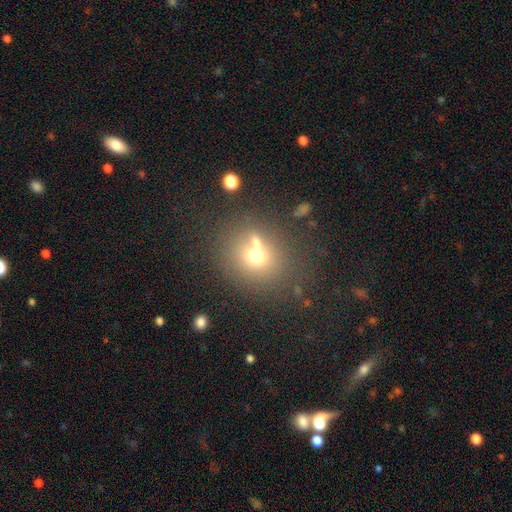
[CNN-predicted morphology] smooth 65%, featured or disk 18%, star or artifact 17%. Down the decision tree: how rounded — round (77%); merging — none (56%).